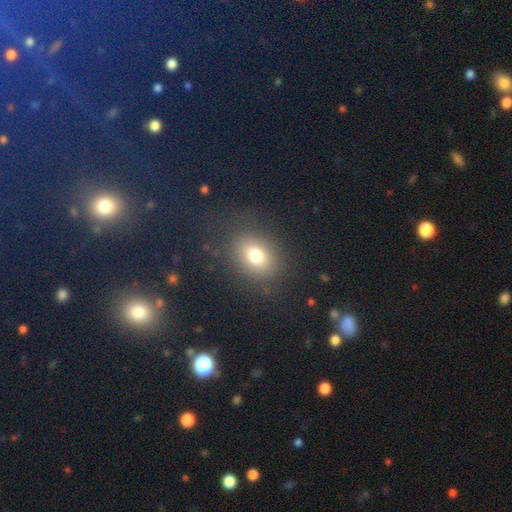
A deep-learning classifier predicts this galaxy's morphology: Q: Smooth or featured?
A: smooth (75%); runner-up: star or artifact (14%)
Q: How rounded?
A: in between (53%); runner-up: round (45%)
Q: Merging?
A: none (80%); runner-up: minor disturbance (11%)